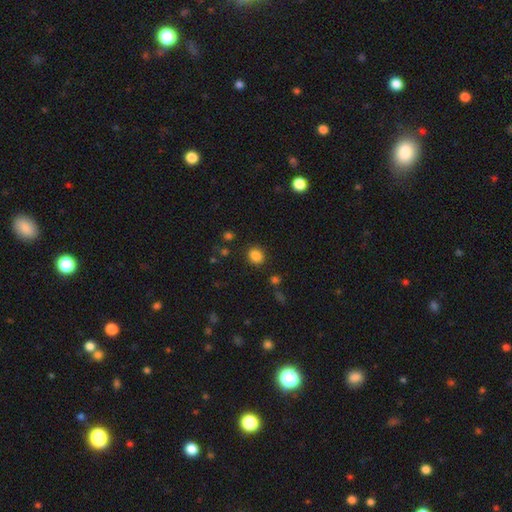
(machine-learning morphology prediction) smooth-or-featured: smooth: 85% | star or artifact: 11% | featured or disk: 4%
  how-rounded: round: 73% | in between: 26% | cigar-shaped: 1%
  merging: none: 86% | minor disturbance: 8% | major disturbance: 3% | merger: 3%